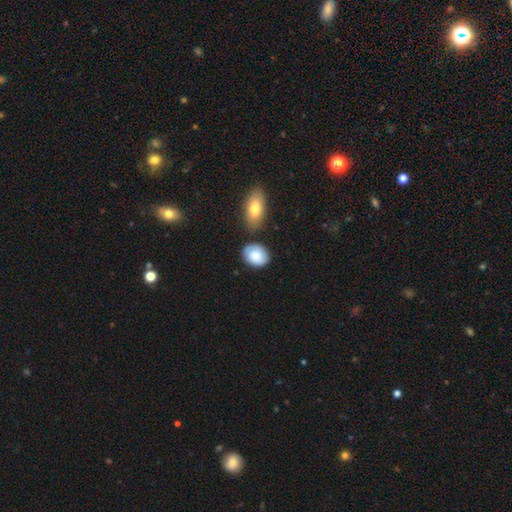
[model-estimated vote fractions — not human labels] smooth 80%, featured or disk 14%, star or artifact 6%. Down the decision tree: how rounded — in between (67%); merging — none (66%).